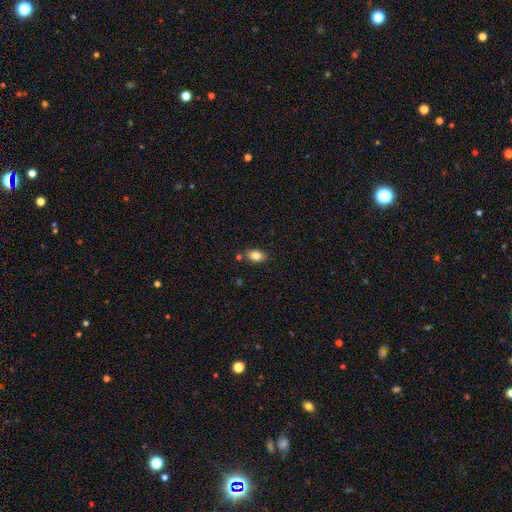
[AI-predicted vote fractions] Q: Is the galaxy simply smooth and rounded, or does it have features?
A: smooth — 83%.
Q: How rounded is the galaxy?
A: in between — 87%.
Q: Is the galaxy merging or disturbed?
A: none — 79%.